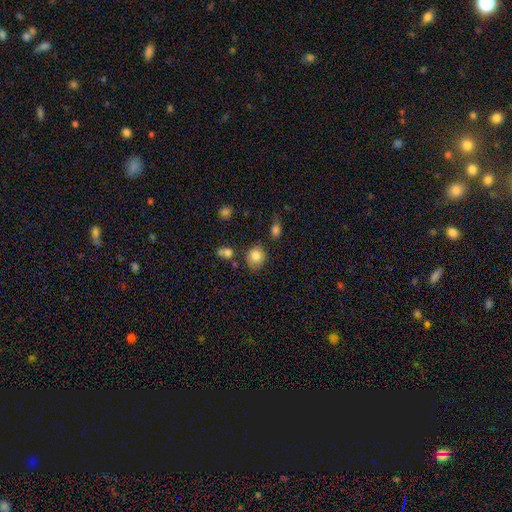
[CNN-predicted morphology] Overall: smooth (83%). How rounded: round (73%). Merging: none (72%).